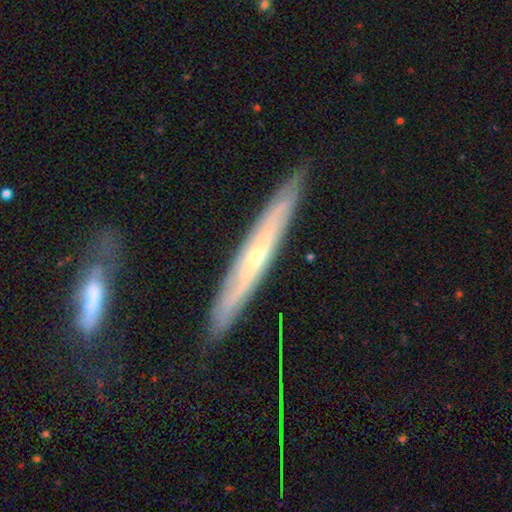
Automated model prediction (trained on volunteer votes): A featured or disk galaxy (72%) viewed edge-on (73%) with a rounded central bulge (62%). Merging: none (85%).